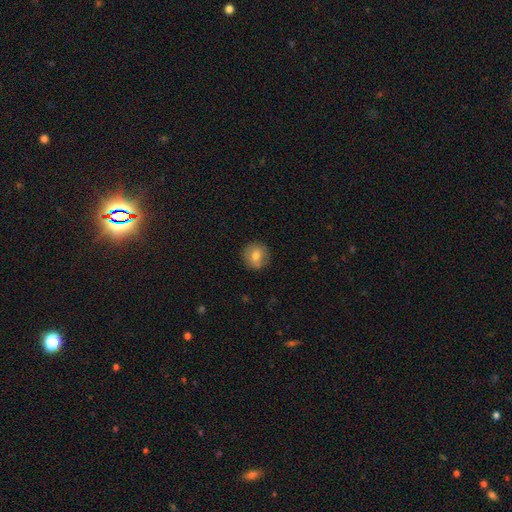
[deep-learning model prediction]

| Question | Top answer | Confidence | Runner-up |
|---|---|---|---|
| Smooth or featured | smooth | 75% | featured or disk (17%) |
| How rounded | round | 90% | in between (9%) |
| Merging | none | 85% | minor disturbance (11%) |